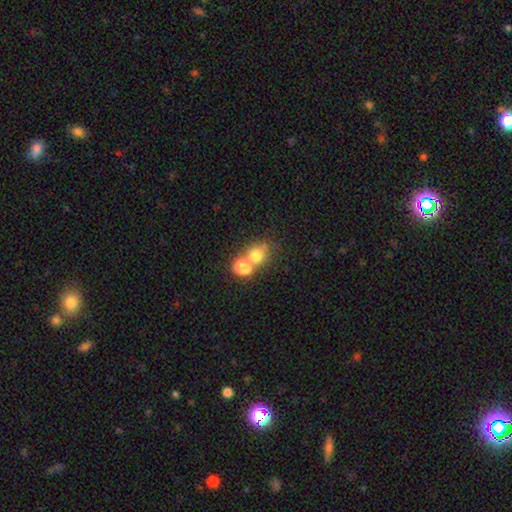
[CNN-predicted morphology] smooth_or_featured: smooth (p=0.73) [alt: star or artifact p=0.14]
how_rounded: round (p=0.71) [alt: in between p=0.28]
merging: merger (p=0.55) [alt: none p=0.34]